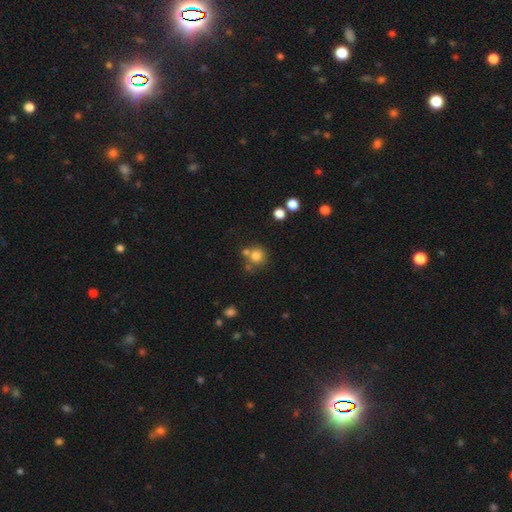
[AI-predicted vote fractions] smooth-or-featured: smooth: 78% | star or artifact: 13% | featured or disk: 9%
  how-rounded: round: 90% | in between: 9% | cigar-shaped: 1%
  merging: none: 62% | merger: 23% | minor disturbance: 11% | major disturbance: 5%